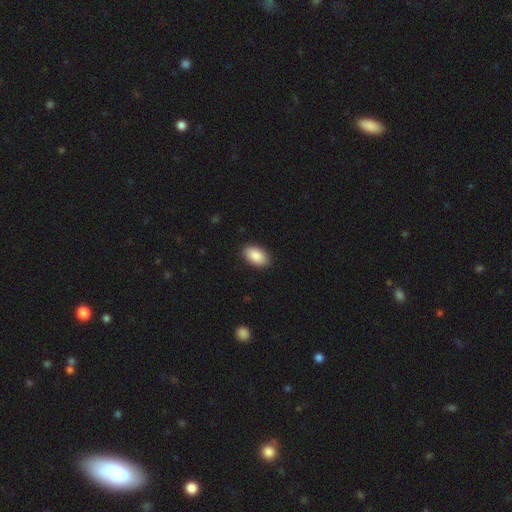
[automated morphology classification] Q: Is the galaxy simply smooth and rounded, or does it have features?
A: smooth — 89%.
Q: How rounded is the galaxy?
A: in between — 93%.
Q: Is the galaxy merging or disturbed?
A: none — 89%.